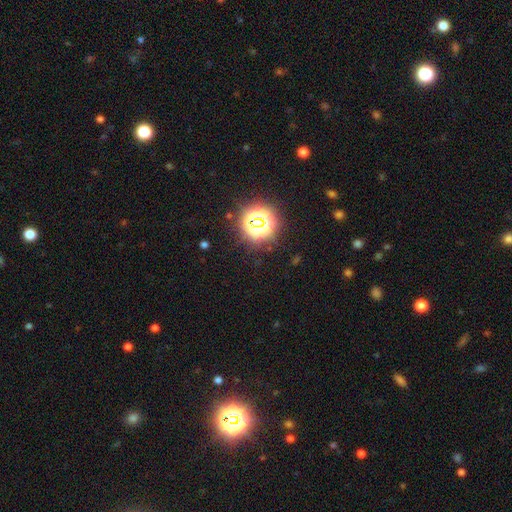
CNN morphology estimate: Overall: star or artifact (78%).